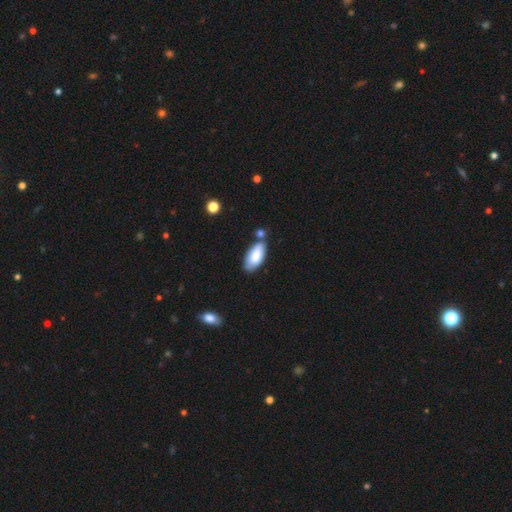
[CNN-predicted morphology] type=smooth (81%); roundness=in between (90%); merging=none (61%).